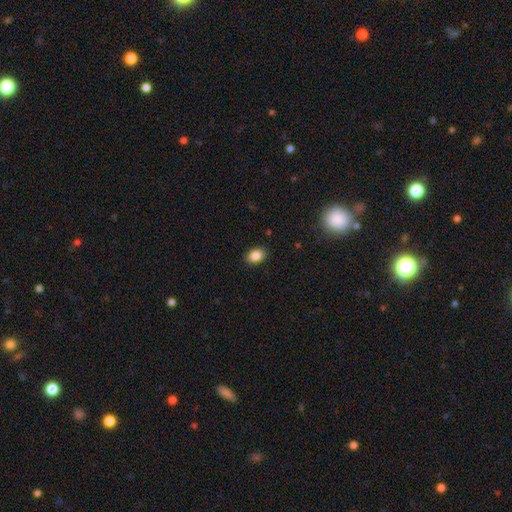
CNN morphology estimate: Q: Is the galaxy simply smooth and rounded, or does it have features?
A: smooth — 86%.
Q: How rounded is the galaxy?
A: in between — 74%.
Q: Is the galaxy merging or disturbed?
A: none — 87%.